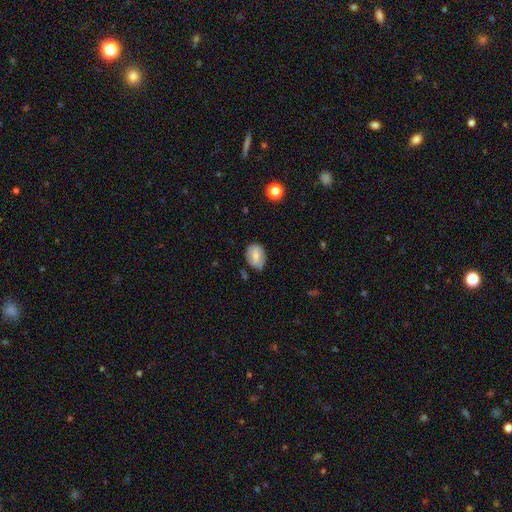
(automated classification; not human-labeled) smooth_or_featured: smooth (p=0.61) [alt: featured or disk p=0.30]
how_rounded: in between (p=0.60) [alt: round p=0.39]
merging: none (p=0.66) [alt: minor disturbance p=0.26]